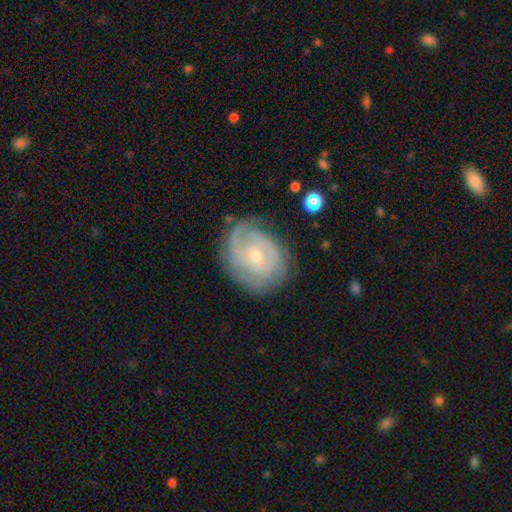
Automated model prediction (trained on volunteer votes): This appears to be a featured or disk galaxy (77%) with no bar (65%), tight (60%) spiral arms (89%) and a small central bulge (67%). Merging: none (67%).